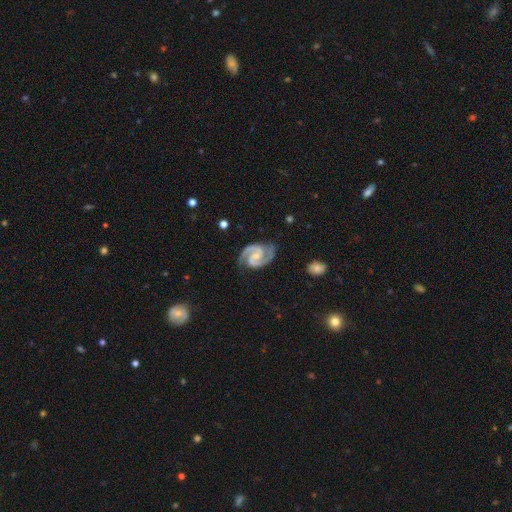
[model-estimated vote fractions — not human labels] Smooth or featured: featured or disk — 94% (star or artifact — 4%)
Edge-on disk: no — 98% (yes — 2%)
Bar: no — 43% (weak — 42%)
Spiral arms: yes — 99% (no — 1%)
Spiral winding: medium — 56% (tight — 37%)
Spiral arm count: 2 — 94% (3 — 1%)
Bulge size: small — 53% (moderate — 27%)
Merging: none — 81% (minor disturbance — 13%)